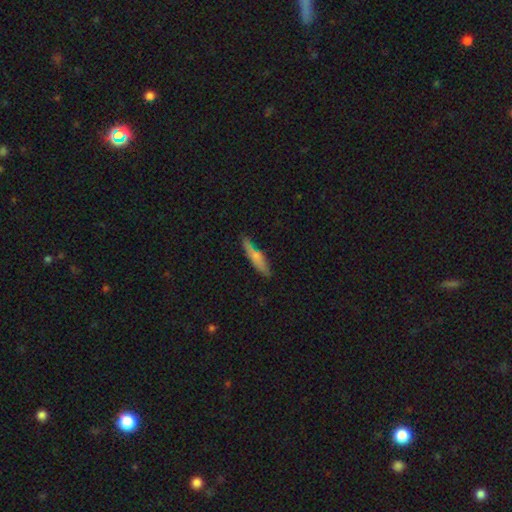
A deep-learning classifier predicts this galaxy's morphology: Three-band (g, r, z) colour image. It shows a smooth galaxy with no disk features (67%) that is cigar-shaped (81%). Merging: none (73%).